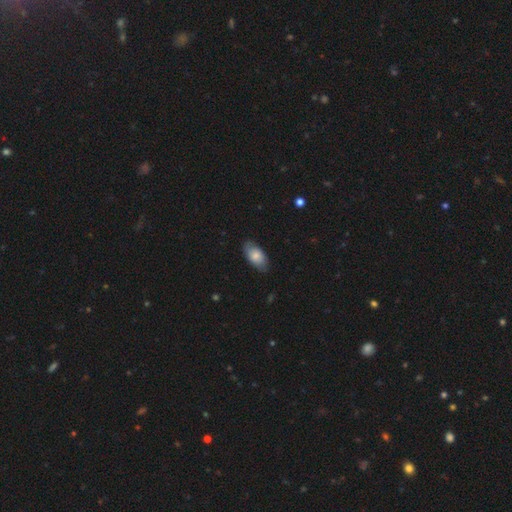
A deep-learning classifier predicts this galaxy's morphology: Q: Smooth or featured?
A: smooth (75%); runner-up: featured or disk (18%)
Q: How rounded?
A: in between (93%); runner-up: round (4%)
Q: Merging?
A: none (78%); runner-up: minor disturbance (18%)